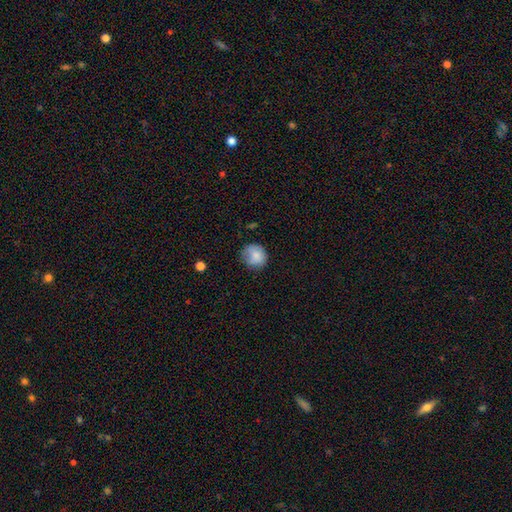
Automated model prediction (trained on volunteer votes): smooth_or_featured: smooth (p=0.83) [alt: featured or disk p=0.09]
how_rounded: round (p=0.85) [alt: in between p=0.14]
merging: none (p=0.72) [alt: minor disturbance p=0.21]